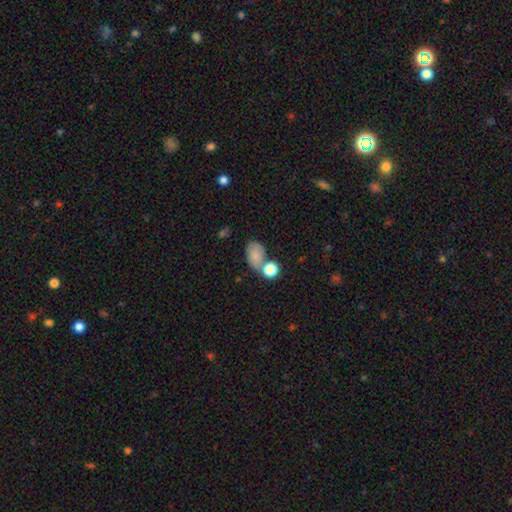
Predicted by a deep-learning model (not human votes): A smooth galaxy with no disk features (80%) that is in between round and cigar-shaped (85%). Merging: none (52%).